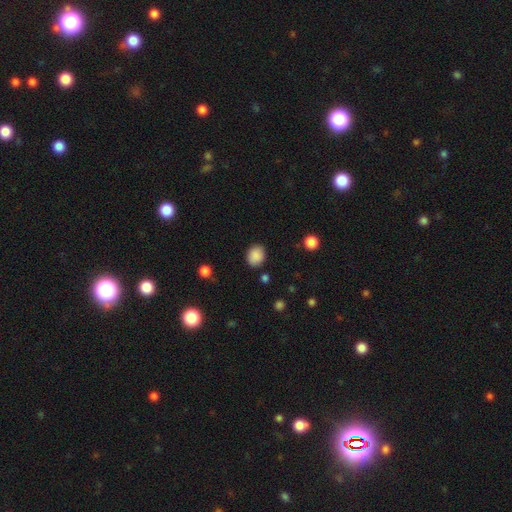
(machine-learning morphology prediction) Overall: smooth (88%). How rounded: round (53%; in between 46%). Merging: none (86%).